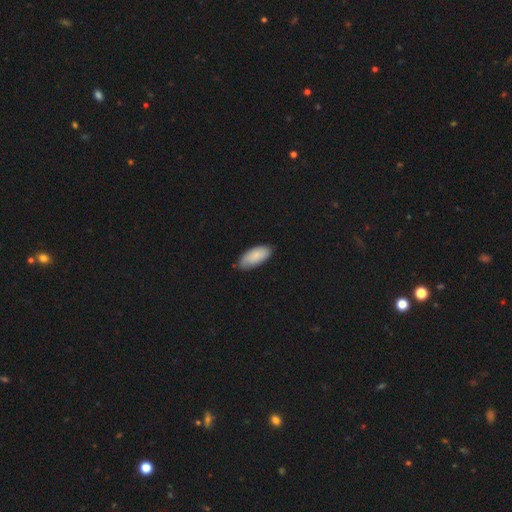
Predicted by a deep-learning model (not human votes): This appears to be a smooth galaxy with no disk features (83%) that is in between round and cigar-shaped (89%). Merging: none (75%).